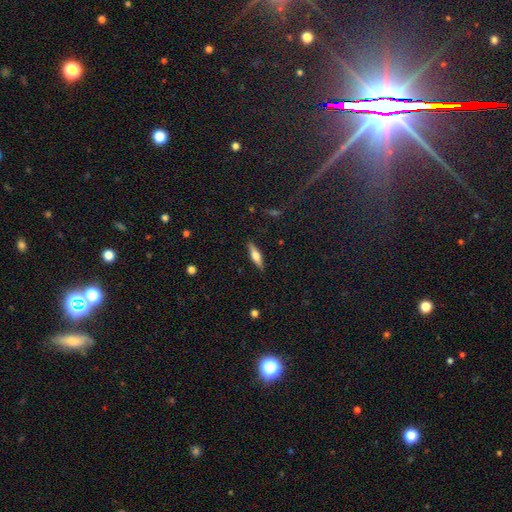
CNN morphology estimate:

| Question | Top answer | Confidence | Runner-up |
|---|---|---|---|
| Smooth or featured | smooth | 51% | featured or disk (43%) |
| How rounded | cigar-shaped | 67% | in between (31%) |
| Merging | none | 88% | minor disturbance (9%) |